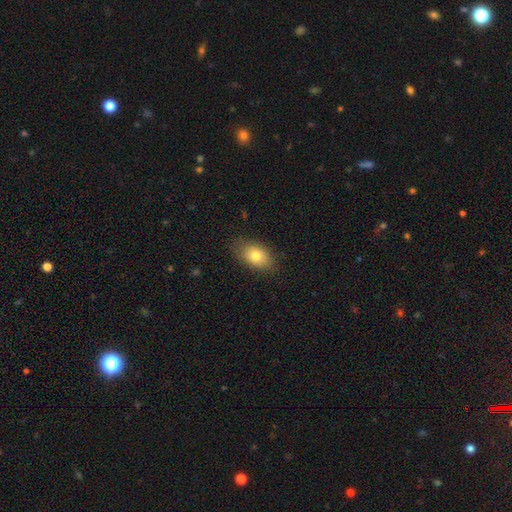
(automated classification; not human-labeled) Smooth or featured?
  - smooth: 77% *
  - featured or disk: 15%
  - star or artifact: 8%
How rounded?
  - in between: 86% *
  - round: 12%
  - cigar-shaped: 2%
Merging?
  - none: 79% *
  - minor disturbance: 16%
  - major disturbance: 4%
  - merger: 1%